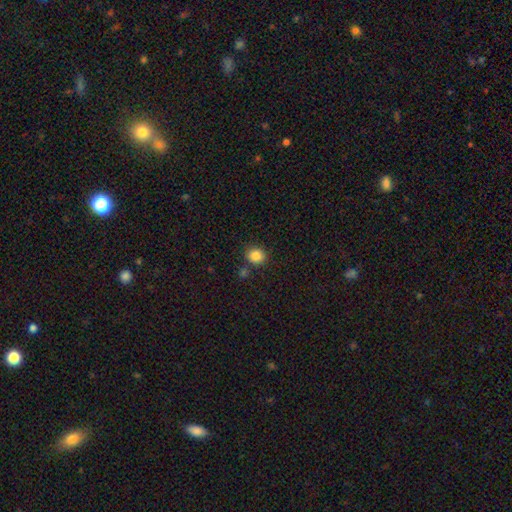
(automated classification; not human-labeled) smooth_or_featured: smooth (p=0.85) [alt: star or artifact p=0.10]
how_rounded: round (p=0.72) [alt: in between p=0.27]
merging: none (p=0.81) [alt: minor disturbance p=0.09]